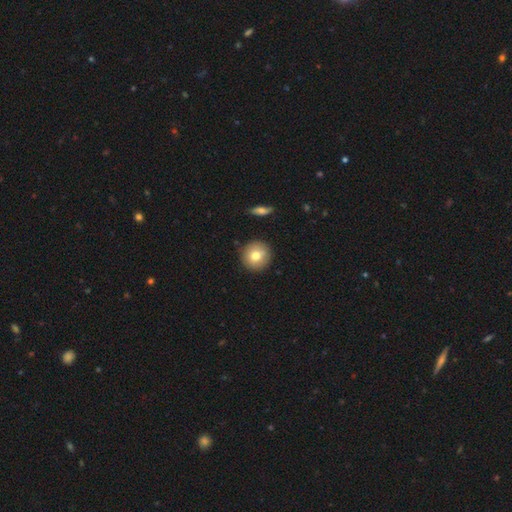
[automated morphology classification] Smooth or featured? Predicted: smooth (p=0.75). How rounded? Predicted: round (p=0.94). Merging? Predicted: none (p=0.89).